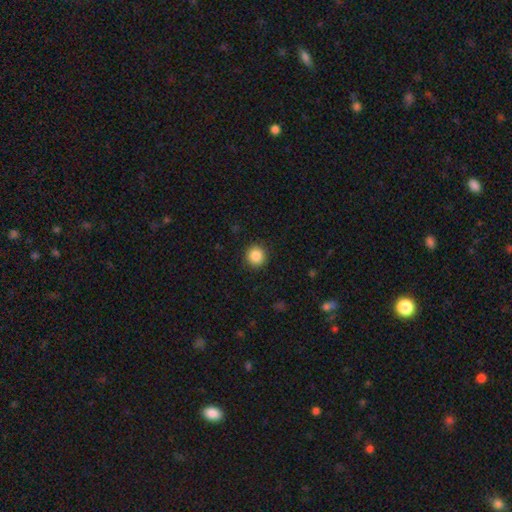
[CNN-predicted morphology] Smooth or featured? Predicted: smooth (p=0.87). How rounded? Predicted: round (p=0.93). Merging? Predicted: none (p=0.91).